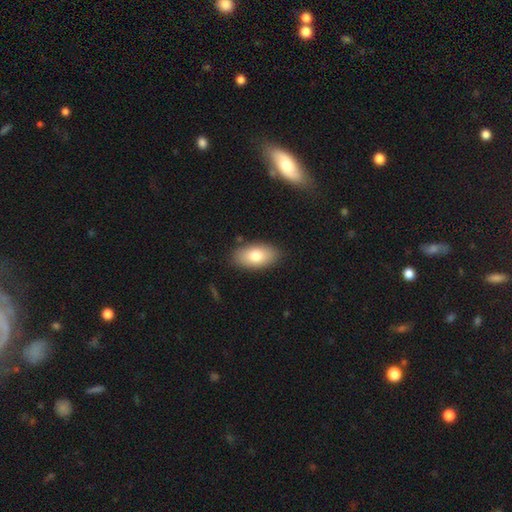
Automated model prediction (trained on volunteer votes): smooth 78%, featured or disk 15%, star or artifact 7%. Down the decision tree: how rounded — in between (93%); merging — none (86%).